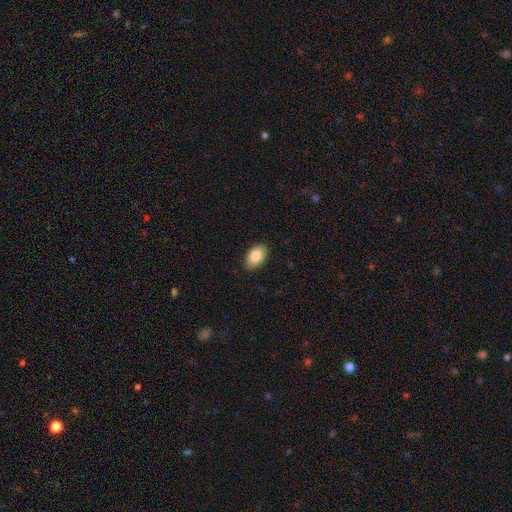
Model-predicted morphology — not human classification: Smooth or featured?
  - smooth: 85% *
  - featured or disk: 8%
  - star or artifact: 7%
How rounded?
  - in between: 93% *
  - round: 6%
  - cigar-shaped: 1%
Merging?
  - none: 88% *
  - minor disturbance: 9%
  - major disturbance: 2%
  - merger: 1%